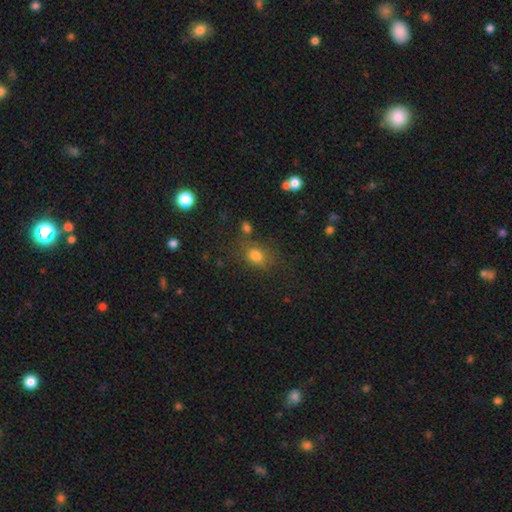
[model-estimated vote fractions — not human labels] Overall: smooth (78%). How rounded: in between (59%; round 39%). Merging: none (64%).